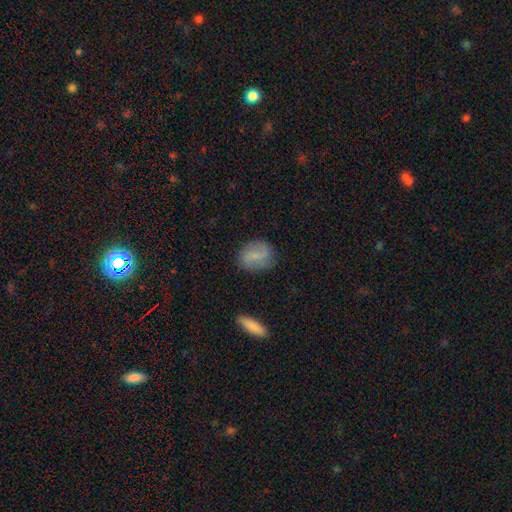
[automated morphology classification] The model was most divided on "how rounded": in between: 51%, round: 46%, cigar-shaped: 3%. More confident: merging — none (76%); smooth or featured — smooth (55%).